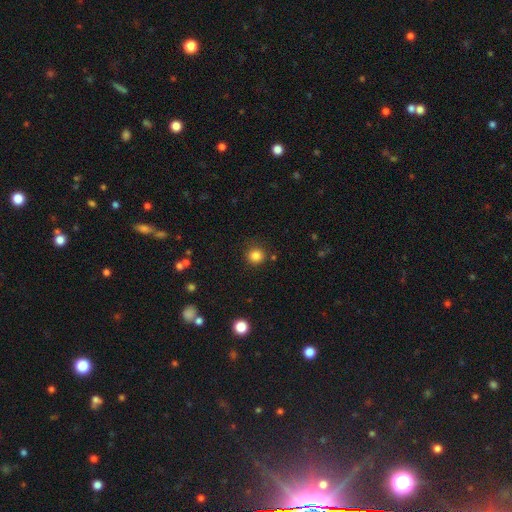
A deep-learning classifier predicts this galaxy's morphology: type=smooth (84%); roundness=round (90%); merging=none (87%).